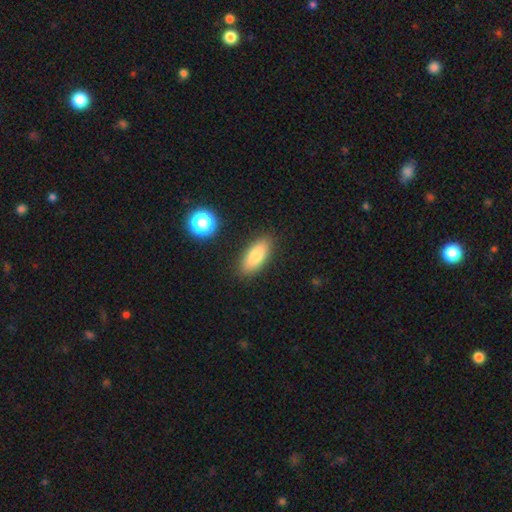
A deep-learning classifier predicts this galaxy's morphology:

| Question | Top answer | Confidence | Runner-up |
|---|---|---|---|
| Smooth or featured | smooth | 79% | featured or disk (13%) |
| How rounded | in between | 78% | cigar-shaped (19%) |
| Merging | none | 87% | minor disturbance (9%) |